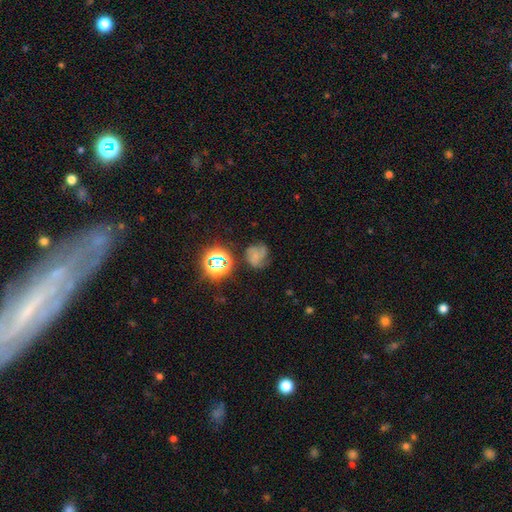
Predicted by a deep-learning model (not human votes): A smooth galaxy with no disk features (42%).

Vote fractions:
- Smooth or featured? smooth: 42% / featured or disk: 33% / star or artifact: 25%
- Merging? none: 48% / minor disturbance: 26% / major disturbance: 21% / merger: 6%